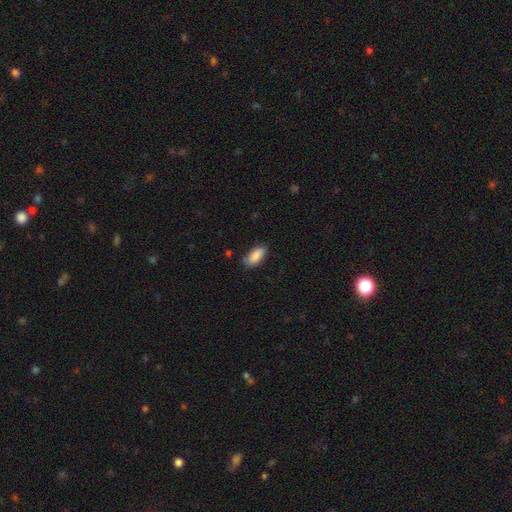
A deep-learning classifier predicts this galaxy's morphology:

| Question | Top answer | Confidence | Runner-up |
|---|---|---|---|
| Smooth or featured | smooth | 87% | star or artifact (7%) |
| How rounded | in between | 86% | cigar-shaped (12%) |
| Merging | none | 74% | minor disturbance (20%) |